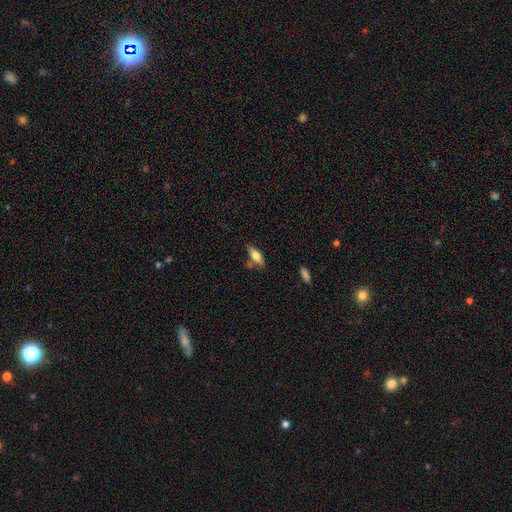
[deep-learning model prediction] smooth 68%, featured or disk 25%, star or artifact 7%. Down the decision tree: how rounded — in between (69%); merging — none (64%).